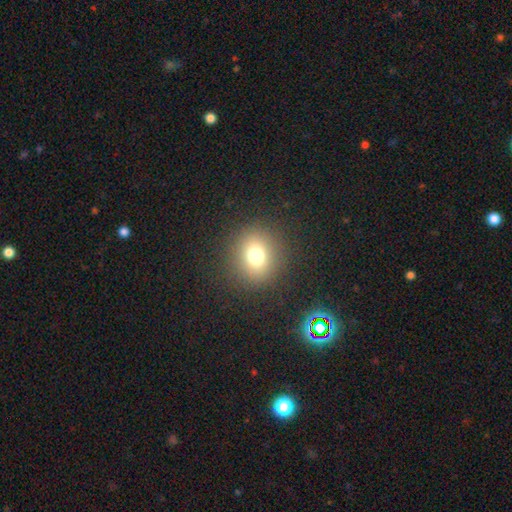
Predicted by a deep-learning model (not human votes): smooth-or-featured: smooth: 74% | star or artifact: 16% | featured or disk: 9%
  how-rounded: round: 82% | in between: 17% | cigar-shaped: 1%
  merging: none: 88% | minor disturbance: 7% | major disturbance: 4% | merger: 1%